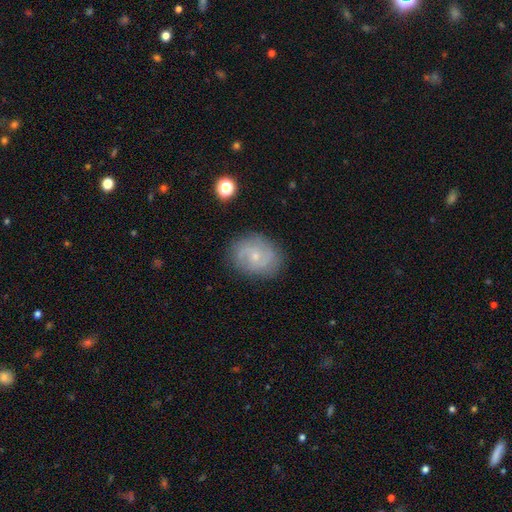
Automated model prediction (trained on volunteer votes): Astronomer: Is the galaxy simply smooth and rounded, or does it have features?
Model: featured or disk — 73%.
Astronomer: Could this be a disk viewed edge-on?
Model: no — 97%.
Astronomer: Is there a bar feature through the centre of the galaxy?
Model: no — 65%.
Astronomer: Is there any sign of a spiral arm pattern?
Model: yes — 91%.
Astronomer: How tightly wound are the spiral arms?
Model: medium — 46% (runner-up: tight, 36%).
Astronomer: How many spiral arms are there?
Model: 2 — 65%.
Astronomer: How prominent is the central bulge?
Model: small — 75%.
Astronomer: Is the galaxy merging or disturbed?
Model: none — 82%.